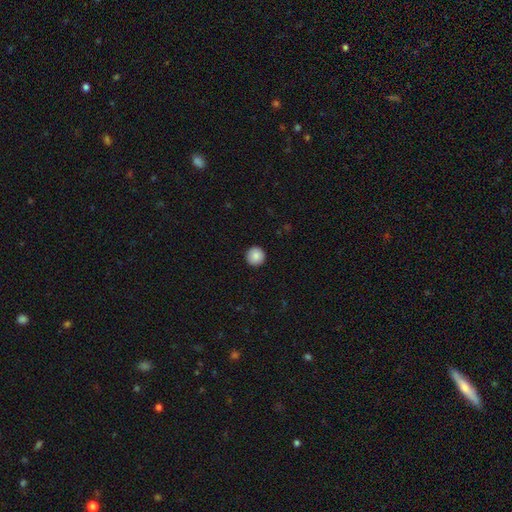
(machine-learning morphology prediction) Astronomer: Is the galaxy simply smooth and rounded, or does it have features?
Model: smooth — 88%.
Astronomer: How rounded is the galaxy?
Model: round — 96%.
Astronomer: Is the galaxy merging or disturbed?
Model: none — 93%.